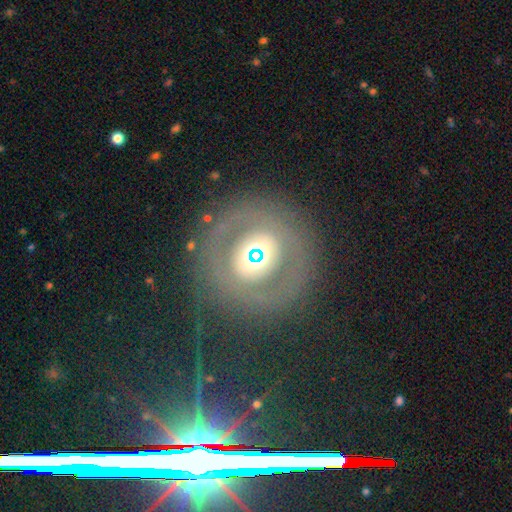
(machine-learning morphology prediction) smooth-or-featured: featured or disk: 51% | smooth: 37% | star or artifact: 12%
  disk-edge-on: no: 93% | yes: 7%
  merging: none: 80% | minor disturbance: 10% | major disturbance: 8% | merger: 2%